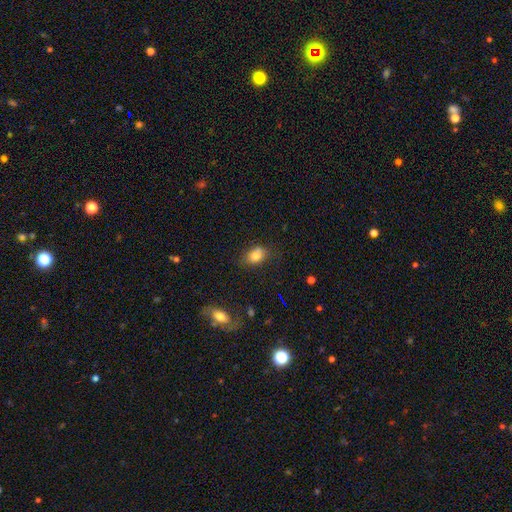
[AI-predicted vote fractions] Smooth or featured? Predicted: smooth (p=0.77). How rounded? Predicted: in between (p=0.74). Merging? Predicted: none (p=0.64).